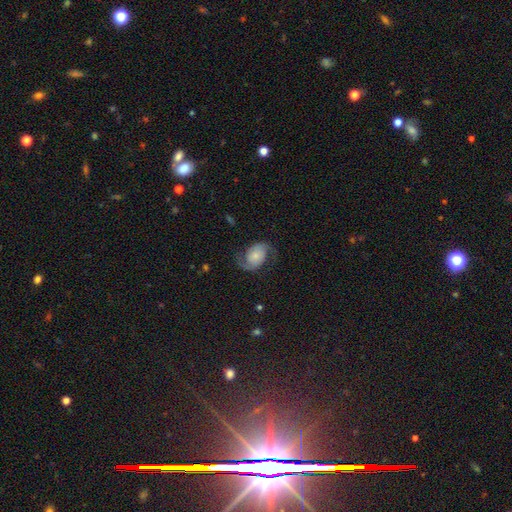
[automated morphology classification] This appears to be a featured or disk galaxy (81%) with no bar (72%), 2 (93%) medium (44%) spiral arms (96%) and a small central bulge (52%). Merging: none (74%).